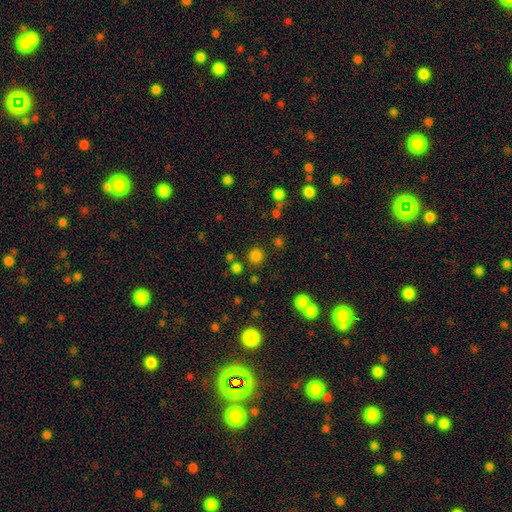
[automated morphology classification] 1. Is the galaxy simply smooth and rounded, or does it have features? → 78% smooth, 17% star or artifact, 5% featured or disk.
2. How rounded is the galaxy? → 92% round, 7% in between, 1% cigar-shaped.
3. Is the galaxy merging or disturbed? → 84% none, 7% minor disturbance, 6% merger, 3% major disturbance.